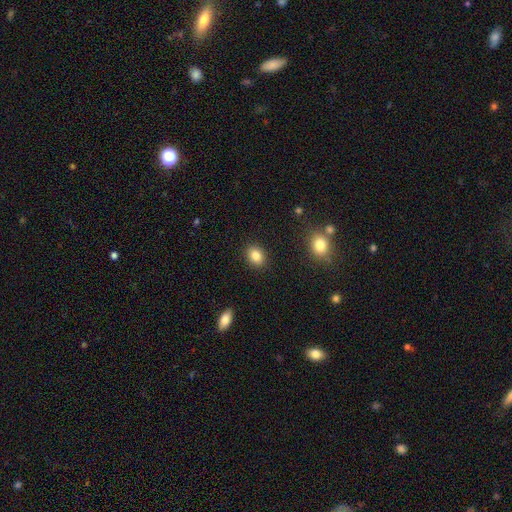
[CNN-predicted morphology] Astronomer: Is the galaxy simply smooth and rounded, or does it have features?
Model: smooth — 85%.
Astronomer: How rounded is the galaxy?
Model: in between — 52% (runner-up: round, 47%).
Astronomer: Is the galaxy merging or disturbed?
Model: none — 89%.